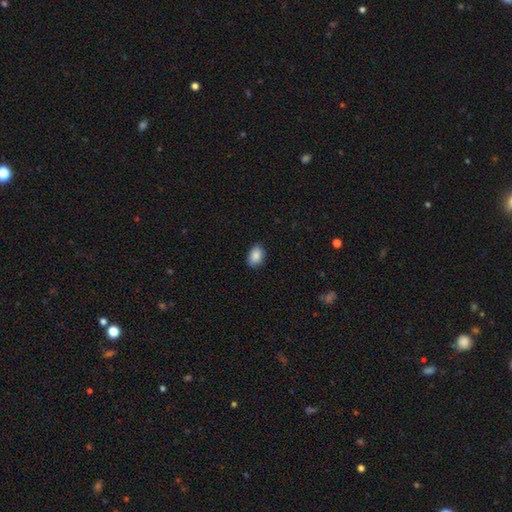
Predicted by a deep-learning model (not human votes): Smooth or featured: smooth — 88% (star or artifact — 7%)
How rounded: in between — 84% (round — 15%)
Merging: none — 84% (minor disturbance — 13%)